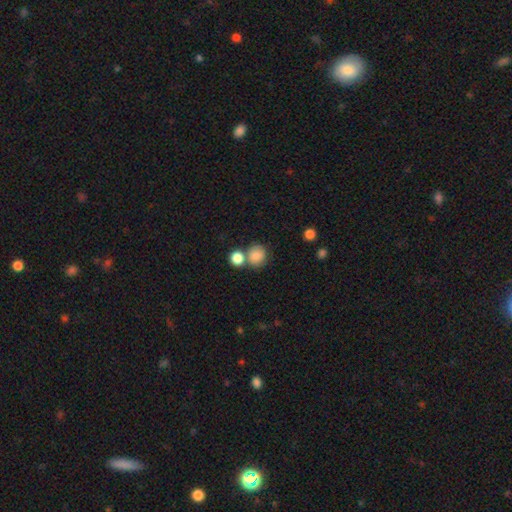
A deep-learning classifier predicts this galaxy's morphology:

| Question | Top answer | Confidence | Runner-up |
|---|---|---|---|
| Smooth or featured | smooth | 83% | star or artifact (9%) |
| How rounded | round | 84% | in between (15%) |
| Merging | none | 54% | merger (31%) |